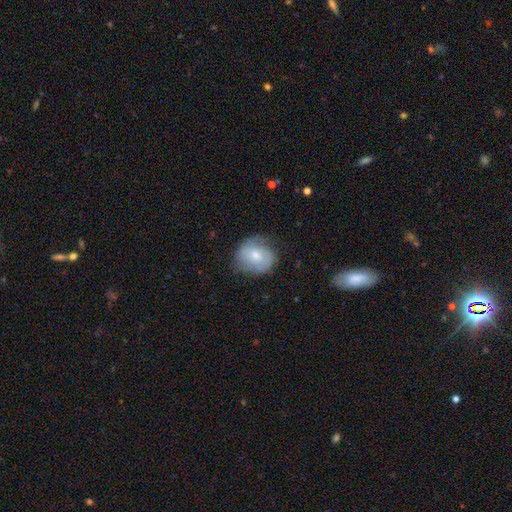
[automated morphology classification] Smooth or featured? smooth (57%)
How rounded? round (60%)
Merging? none (62%)